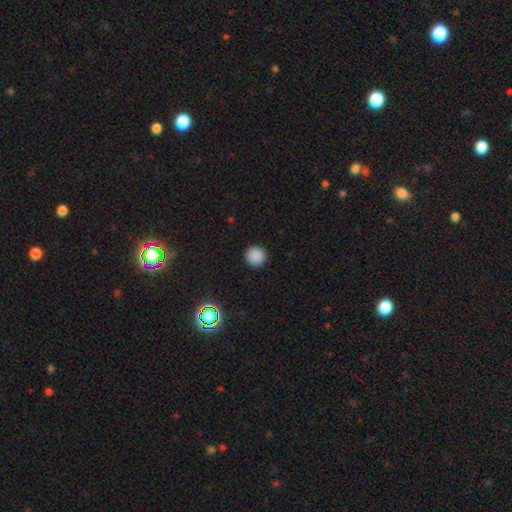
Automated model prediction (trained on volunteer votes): smooth 86%, star or artifact 11%, featured or disk 3%. Down the decision tree: how rounded — round (96%); merging — none (93%).